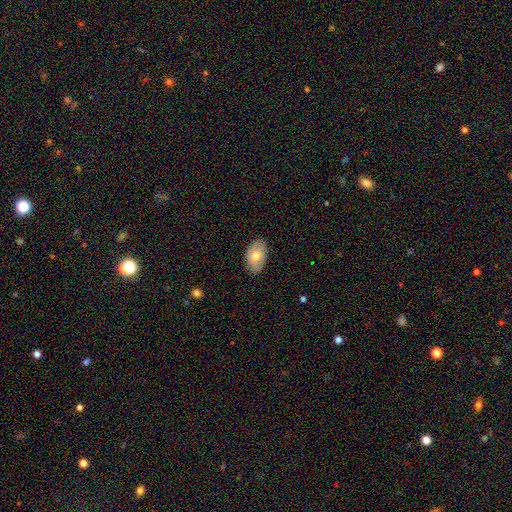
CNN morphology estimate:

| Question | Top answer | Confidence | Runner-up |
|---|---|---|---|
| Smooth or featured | smooth | 69% | featured or disk (25%) |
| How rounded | in between | 92% | round (6%) |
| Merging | none | 83% | minor disturbance (14%) |